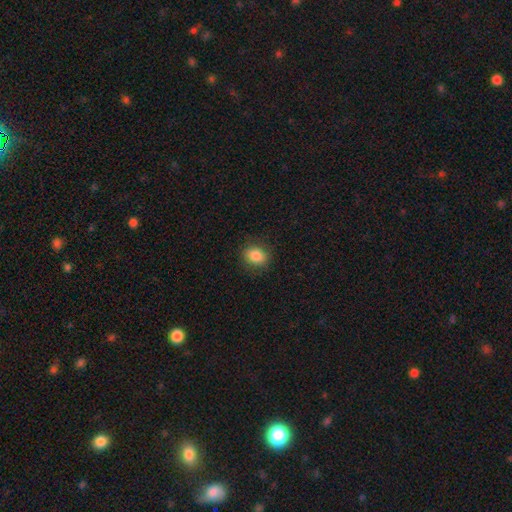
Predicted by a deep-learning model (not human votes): The model was most divided on "how rounded": round: 57%, in between: 42%, cigar-shaped: 1%. More confident: merging — none (87%); smooth or featured — smooth (85%).